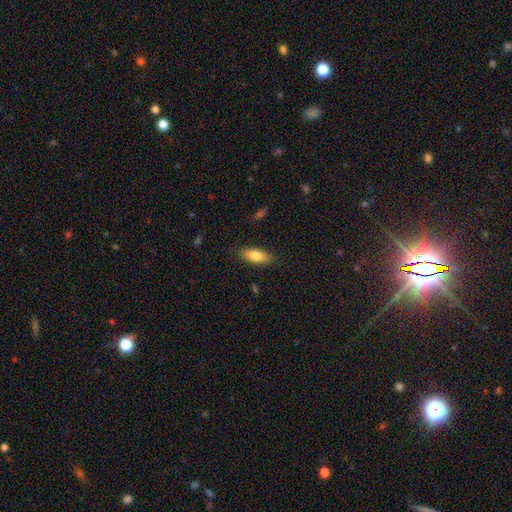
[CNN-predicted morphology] A smooth galaxy with no disk features (80%) that is in between round and cigar-shaped (77%).

Vote fractions:
- Smooth or featured? smooth: 80% / featured or disk: 14% / star or artifact: 7%
- How rounded? in between: 77% / cigar-shaped: 20% / round: 2%
- Merging? none: 85% / minor disturbance: 11% / major disturbance: 3% / merger: 1%